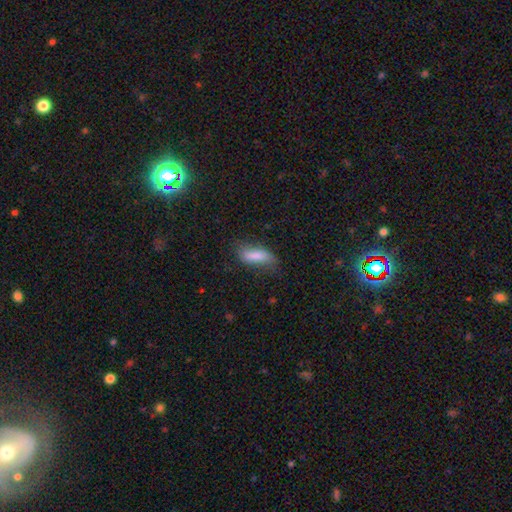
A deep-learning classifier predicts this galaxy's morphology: Smooth or featured? Predicted: smooth (p=0.79). How rounded? Predicted: in between (p=0.67). Merging? Predicted: none (p=0.59).